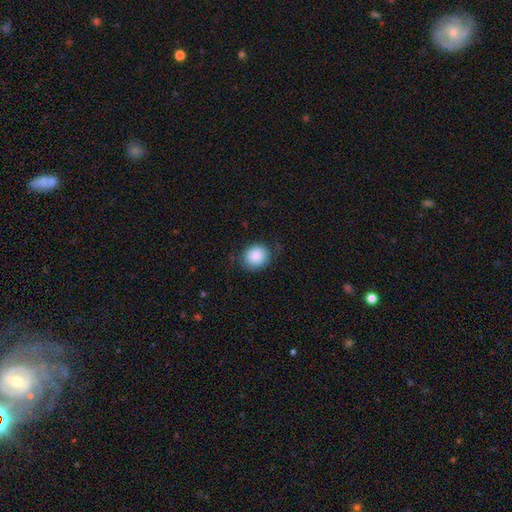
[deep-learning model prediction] A smooth galaxy with no disk features (87%) that is round (80%). Merging: none (76%).